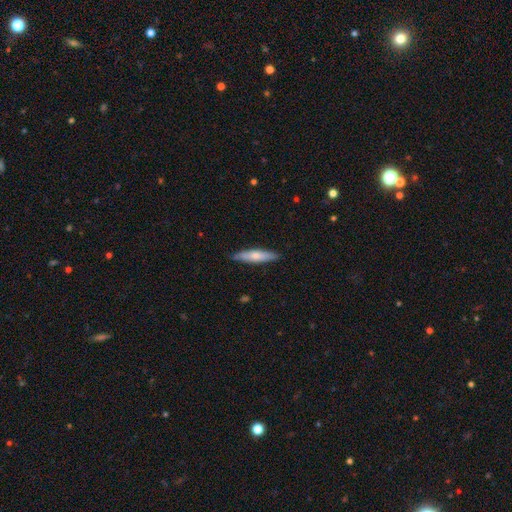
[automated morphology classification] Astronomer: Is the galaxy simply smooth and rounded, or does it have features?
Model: smooth — 61%.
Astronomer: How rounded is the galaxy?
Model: cigar-shaped — 80%.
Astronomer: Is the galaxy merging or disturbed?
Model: none — 87%.